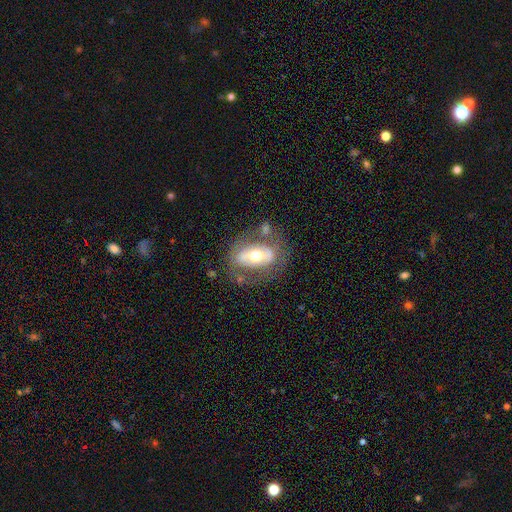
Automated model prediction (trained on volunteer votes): smooth_or_featured: featured or disk (p=0.59) [alt: smooth p=0.34]
disk_edge_on: no (p=0.91) [alt: yes p=0.09]
bar: no (p=0.50) [alt: strong p=0.27]
has_spiral_arms: no (p=0.74) [alt: yes p=0.26]
bulge_size: moderate (p=0.72) [alt: small p=0.13]
merging: none (p=0.62) [alt: minor disturbance p=0.18]